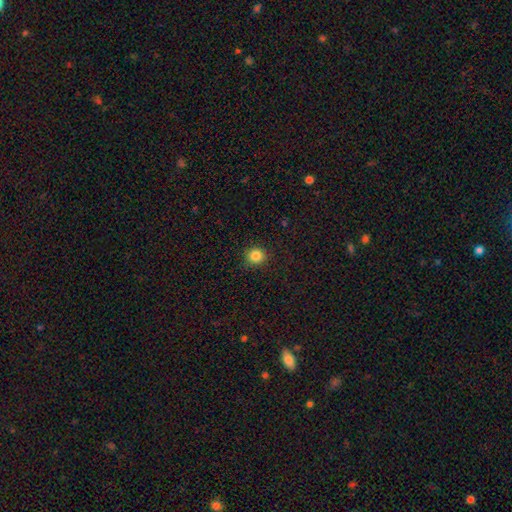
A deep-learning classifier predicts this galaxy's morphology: smooth-or-featured: smooth: 84% | star or artifact: 11% | featured or disk: 4%
  how-rounded: round: 90% | in between: 9% | cigar-shaped: 1%
  merging: none: 89% | minor disturbance: 8% | major disturbance: 2% | merger: 1%